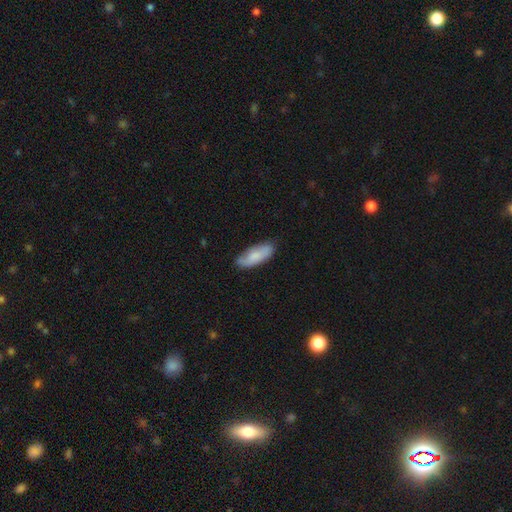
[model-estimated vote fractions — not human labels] Smooth or featured: smooth — 74% (featured or disk — 20%)
How rounded: in between — 74% (cigar-shaped — 24%)
Merging: none — 75% (minor disturbance — 20%)